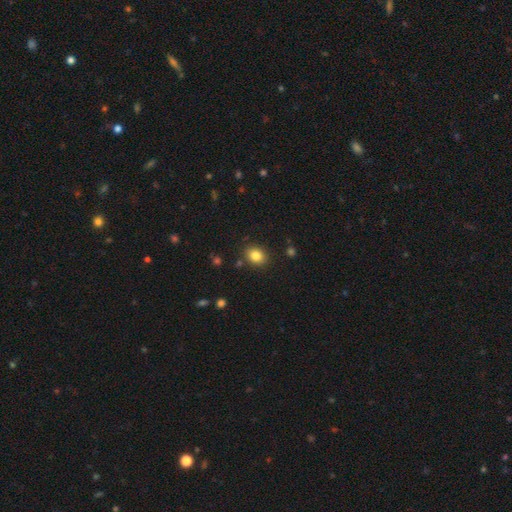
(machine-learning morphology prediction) A smooth galaxy with no disk features (84%) that is in between round and cigar-shaped (53%). Merging: none (86%).